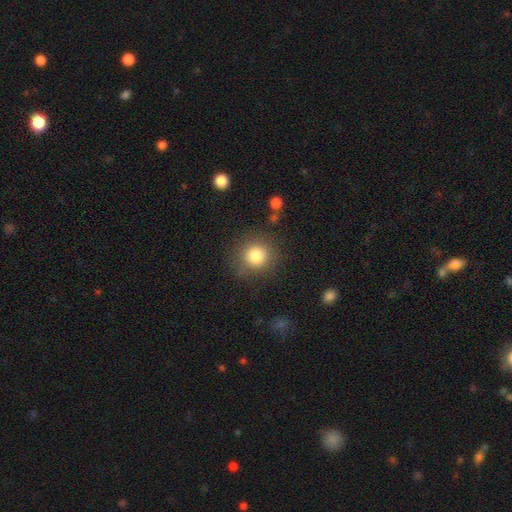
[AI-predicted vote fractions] smooth-or-featured: smooth: 82% | star or artifact: 11% | featured or disk: 8%
  how-rounded: round: 92% | in between: 7% | cigar-shaped: 1%
  merging: none: 84% | minor disturbance: 10% | major disturbance: 4% | merger: 2%